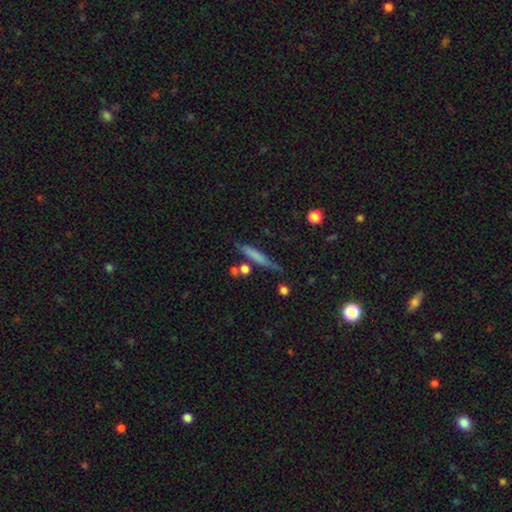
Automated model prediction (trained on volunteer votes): Smooth or featured?
  - smooth: 63% *
  - featured or disk: 30%
  - star or artifact: 7%
How rounded?
  - cigar-shaped: 90% *
  - in between: 7%
  - round: 2%
Merging?
  - none: 70% *
  - minor disturbance: 19%
  - merger: 6%
  - major disturbance: 5%